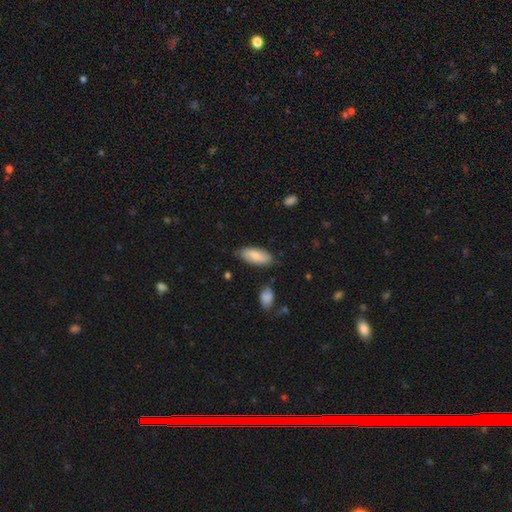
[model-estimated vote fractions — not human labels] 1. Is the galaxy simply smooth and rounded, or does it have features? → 82% smooth, 12% featured or disk, 6% star or artifact.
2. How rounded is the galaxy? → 83% in between, 15% cigar-shaped, 2% round.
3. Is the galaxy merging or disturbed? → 78% none, 17% minor disturbance, 3% major disturbance, 2% merger.